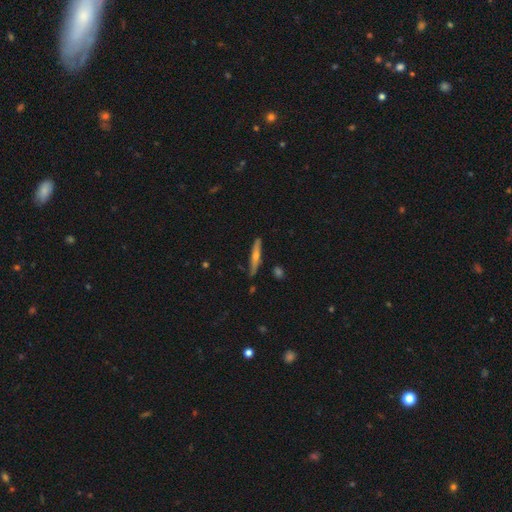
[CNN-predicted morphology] featured or disk 62%, smooth 30%, star or artifact 8%. Down the decision tree: edge-on disk — yes (93%); edge-on bulge — rounded (80%); merging — none (83%).